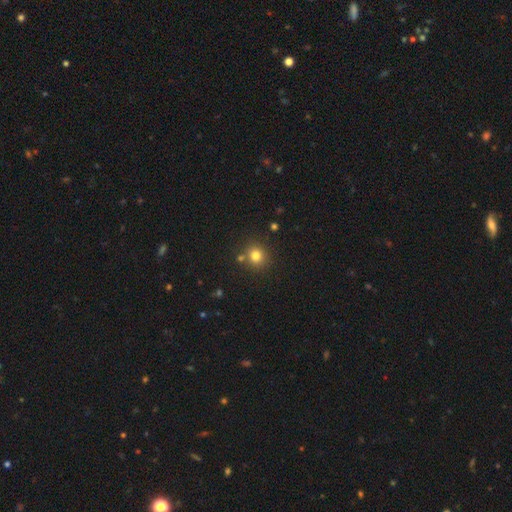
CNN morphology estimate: Smooth or featured?
  - smooth: 79% *
  - star or artifact: 15%
  - featured or disk: 7%
How rounded?
  - round: 89% *
  - in between: 10%
  - cigar-shaped: 1%
Merging?
  - none: 81% *
  - merger: 9%
  - minor disturbance: 8%
  - major disturbance: 2%